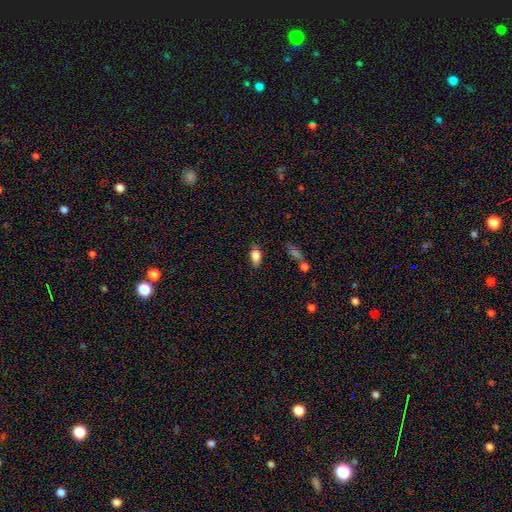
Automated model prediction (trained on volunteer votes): Morphology: type=smooth (83%); roundness=in between (88%); merging=none (76%).